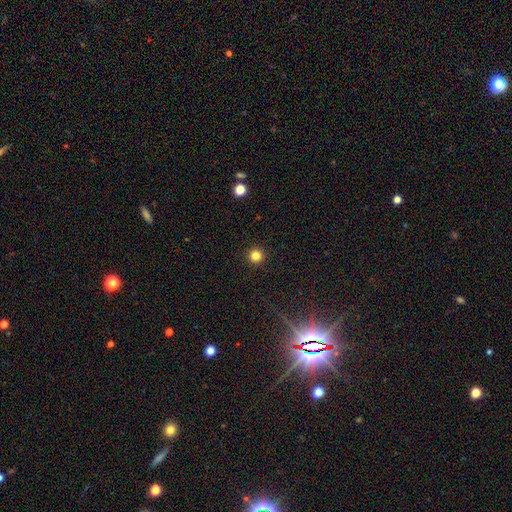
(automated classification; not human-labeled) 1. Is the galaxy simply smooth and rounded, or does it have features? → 82% smooth, 14% star or artifact, 4% featured or disk.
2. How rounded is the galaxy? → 96% round, 3% in between, 1% cigar-shaped.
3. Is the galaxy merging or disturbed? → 93% none, 4% minor disturbance, 2% major disturbance, 1% merger.